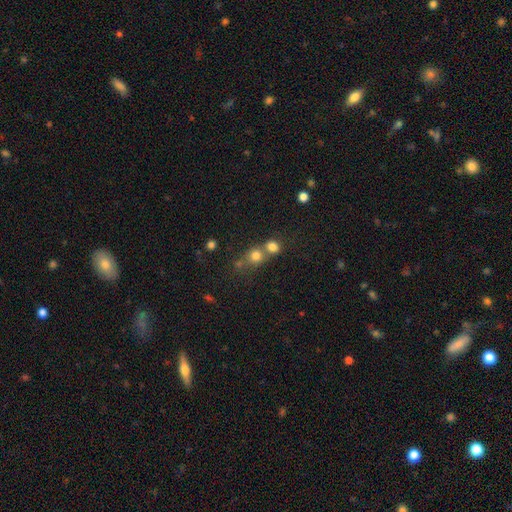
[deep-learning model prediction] A smooth galaxy with no disk features (76%) that is round (83%).

Vote fractions:
- Smooth or featured? smooth: 76% / star or artifact: 14% / featured or disk: 9%
- How rounded? round: 83% / in between: 15% / cigar-shaped: 1%
- Merging? merger: 47% / none: 43% / minor disturbance: 7% / major disturbance: 3%